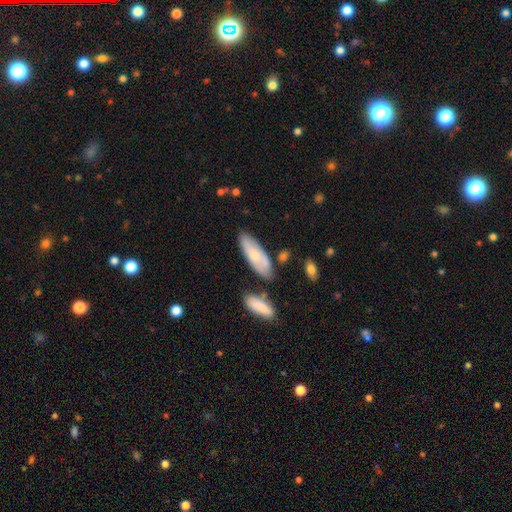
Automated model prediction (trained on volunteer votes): Smooth or featured?
  - smooth: 62% *
  - featured or disk: 32%
  - star or artifact: 6%
How rounded?
  - in between: 65% *
  - cigar-shaped: 33%
  - round: 2%
Merging?
  - none: 68% *
  - minor disturbance: 20%
  - merger: 9%
  - major disturbance: 4%